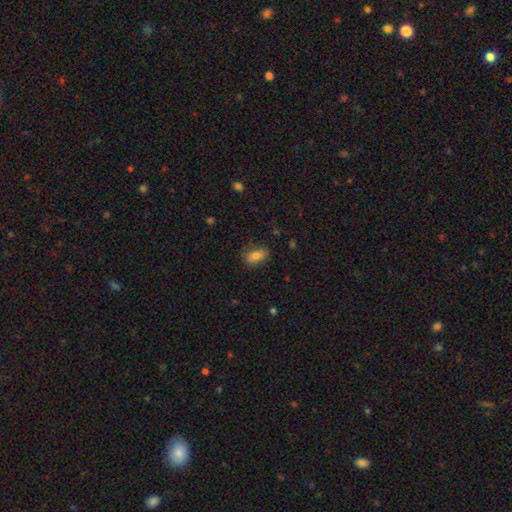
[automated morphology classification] This is likely a smooth galaxy (77%). How rounded: clearly in between (84%). Merging: likely none (75%).